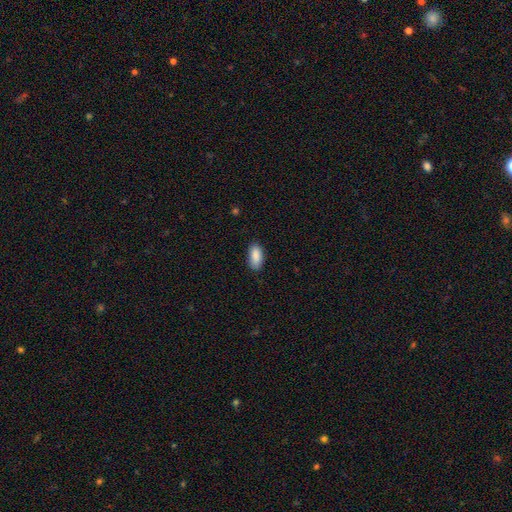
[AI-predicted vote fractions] smooth-or-featured: smooth: 89% | star or artifact: 7% | featured or disk: 4%
  how-rounded: in between: 89% | cigar-shaped: 8% | round: 2%
  merging: none: 85% | minor disturbance: 12% | major disturbance: 2% | merger: 1%